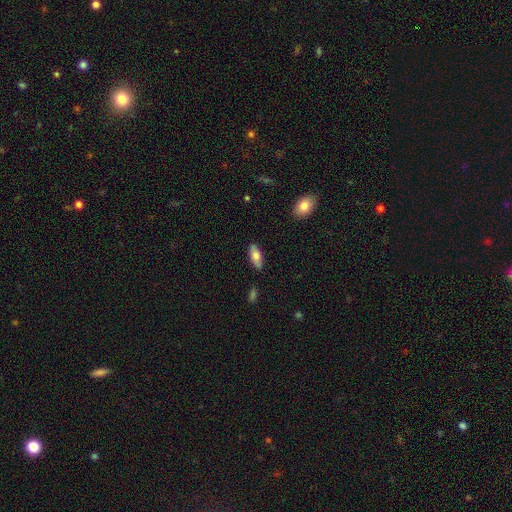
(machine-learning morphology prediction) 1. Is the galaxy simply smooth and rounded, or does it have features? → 74% smooth, 20% featured or disk, 6% star or artifact.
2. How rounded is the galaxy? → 78% in between, 20% cigar-shaped, 2% round.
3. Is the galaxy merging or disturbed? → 86% none, 11% minor disturbance, 2% major disturbance, 2% merger.